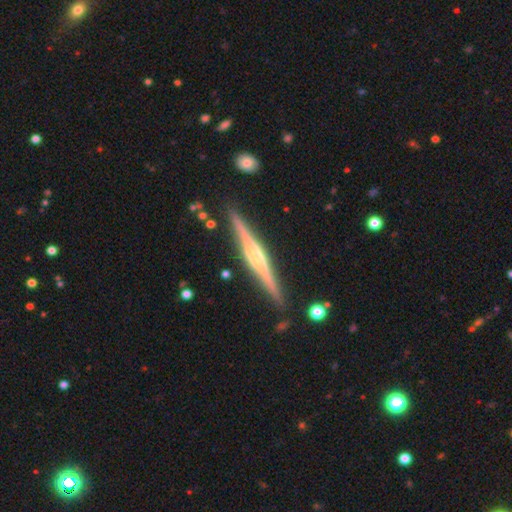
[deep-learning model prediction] This appears to be a featured or disk galaxy (83%) viewed edge-on (98%) with a rounded central bulge (61%). Merging: none (90%).